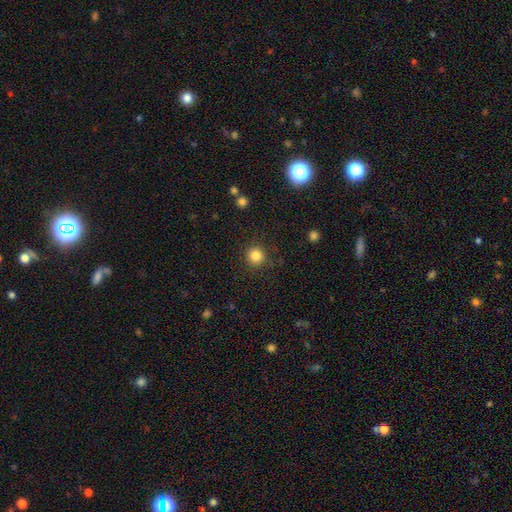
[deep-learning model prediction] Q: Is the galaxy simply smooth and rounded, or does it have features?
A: smooth — 84%.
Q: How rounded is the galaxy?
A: round — 94%.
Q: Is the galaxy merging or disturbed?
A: none — 89%.